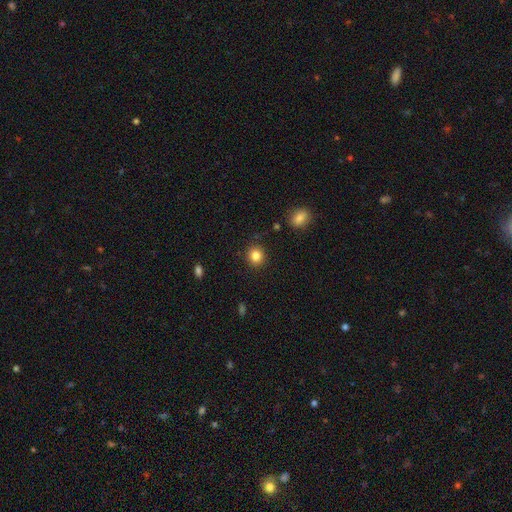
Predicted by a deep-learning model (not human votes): Smooth or featured? Predicted: smooth (p=0.84). How rounded? Predicted: round (p=0.88). Merging? Predicted: none (p=0.89).